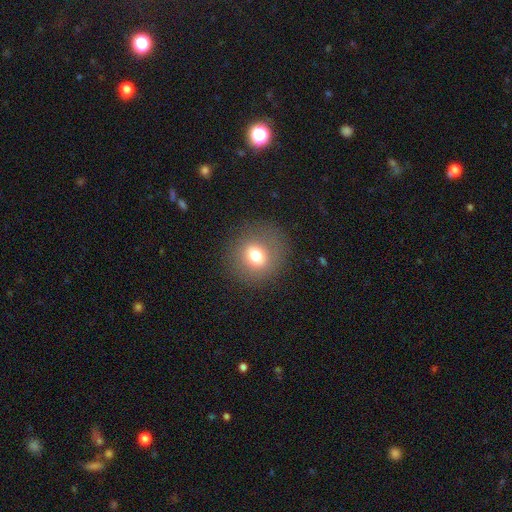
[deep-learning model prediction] smooth-or-featured: smooth: 72% | featured or disk: 15% | star or artifact: 13%
  how-rounded: round: 83% | in between: 16% | cigar-shaped: 1%
  merging: none: 86% | minor disturbance: 8% | major disturbance: 5% | merger: 1%